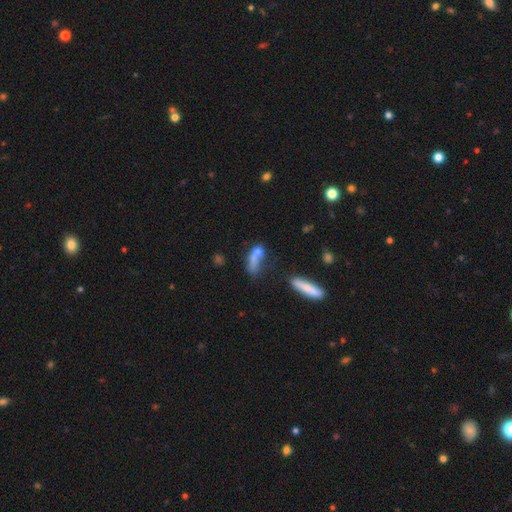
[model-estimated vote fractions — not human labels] smooth_or_featured: smooth (p=0.63) [alt: featured or disk p=0.23]
how_rounded: in between (p=0.54) [alt: cigar-shaped p=0.37]
merging: merger (p=0.38) [alt: none p=0.29]